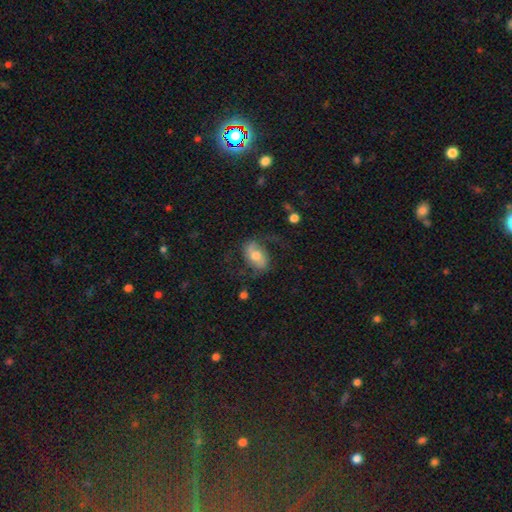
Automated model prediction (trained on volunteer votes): Smooth or featured: featured or disk — 47% (smooth — 45%)
Merging: none — 60% (minor disturbance — 20%)